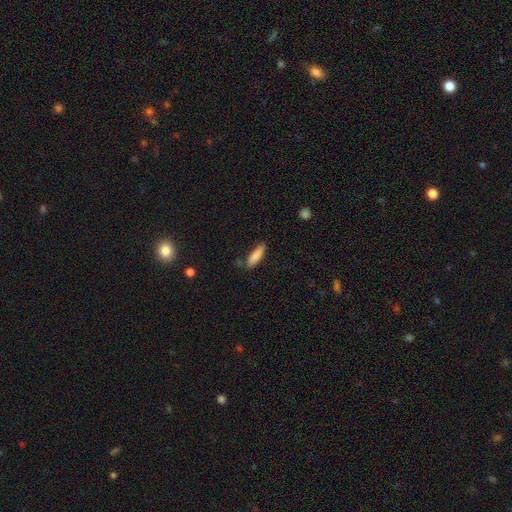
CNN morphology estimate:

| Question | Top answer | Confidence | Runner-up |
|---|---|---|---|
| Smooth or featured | smooth | 85% | featured or disk (8%) |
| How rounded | cigar-shaped | 61% | in between (37%) |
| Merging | none | 74% | minor disturbance (18%) |